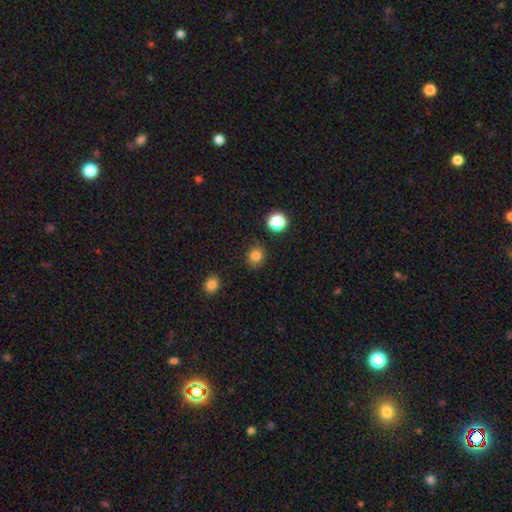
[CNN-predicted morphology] This is clearly a smooth galaxy (82%). How rounded: likely round (80%). Merging: clearly none (88%).